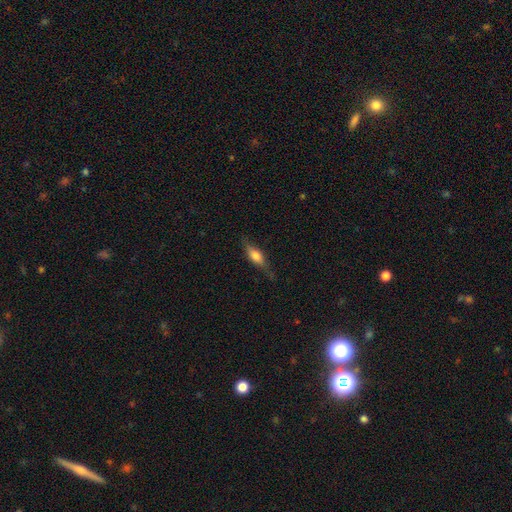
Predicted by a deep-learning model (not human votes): Smooth or featured? smooth (48%)
Merging? none (69%)